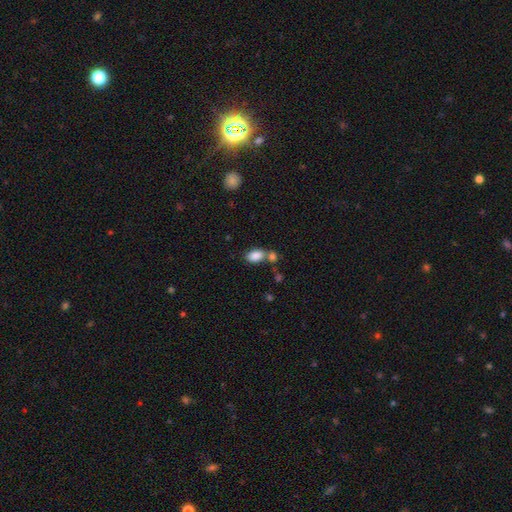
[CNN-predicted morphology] smooth 86%, star or artifact 8%, featured or disk 5%. Down the decision tree: how rounded — in between (90%); merging — none (48%).